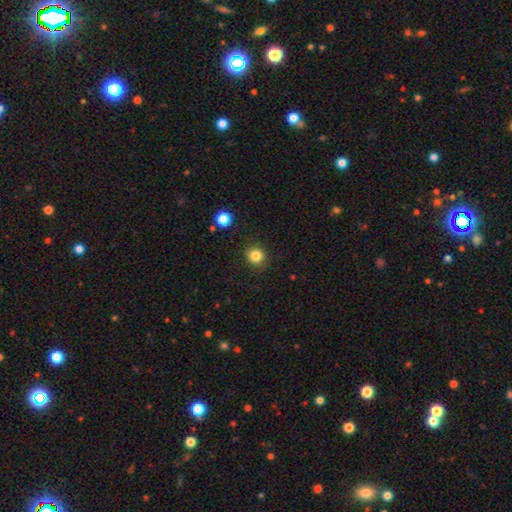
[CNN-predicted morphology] Smooth or featured? Predicted: smooth (p=0.83). How rounded? Predicted: round (p=0.87). Merging? Predicted: none (p=0.89).